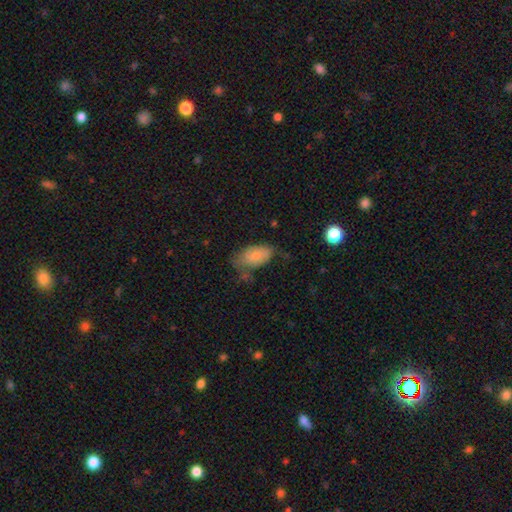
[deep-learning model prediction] Smooth or featured? Predicted: smooth (p=0.76). How rounded? Predicted: in between (p=0.93). Merging? Predicted: none (p=0.41).